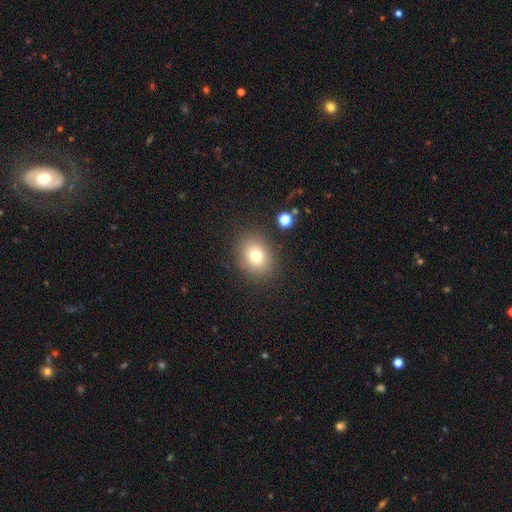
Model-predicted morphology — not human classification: Smooth or featured: smooth — 75% (star or artifact — 14%)
How rounded: round — 59% (in between — 40%)
Merging: none — 86% (minor disturbance — 8%)